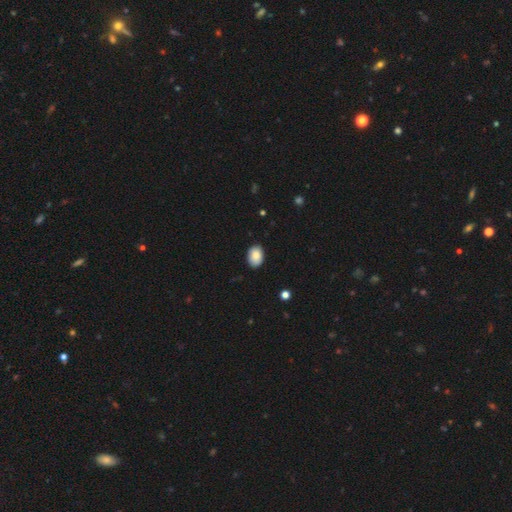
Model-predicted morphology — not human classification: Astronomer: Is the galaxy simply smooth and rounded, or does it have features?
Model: smooth — 86%.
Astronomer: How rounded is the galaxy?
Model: in between — 82%.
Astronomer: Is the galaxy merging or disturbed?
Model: none — 83%.